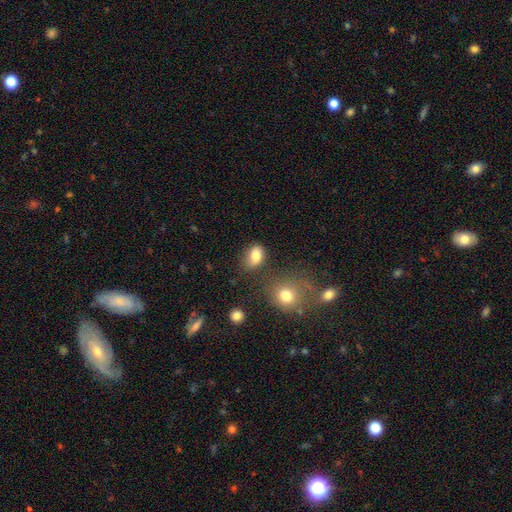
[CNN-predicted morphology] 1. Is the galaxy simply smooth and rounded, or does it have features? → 80% smooth, 10% star or artifact, 10% featured or disk.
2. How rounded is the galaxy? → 80% in between, 19% round, 2% cigar-shaped.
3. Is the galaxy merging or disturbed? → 67% none, 20% minor disturbance, 7% merger, 6% major disturbance.